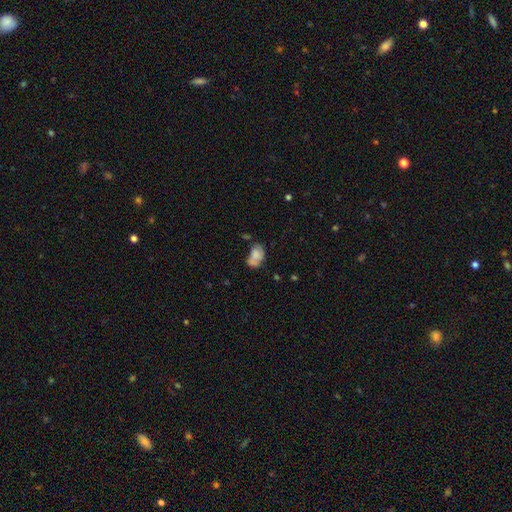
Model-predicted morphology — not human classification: Smooth or featured: smooth — 64% (featured or disk — 26%)
How rounded: in between — 85% (round — 14%)
Merging: none — 35% (minor disturbance — 27%)